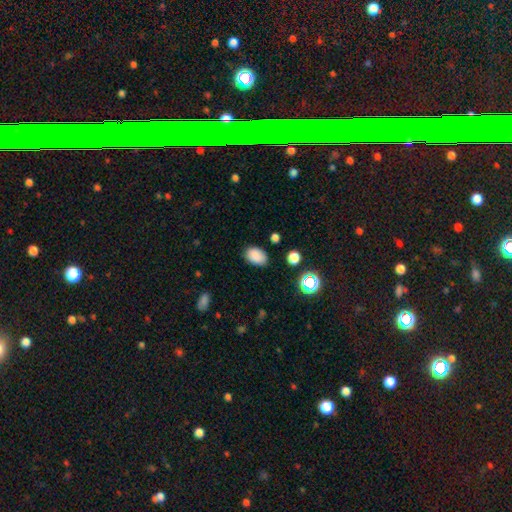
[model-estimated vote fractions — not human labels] The model was most divided on "merging": none: 82%, minor disturbance: 13%, major disturbance: 3%, merger: 2%. More confident: how rounded — in between (85%); smooth or featured — smooth (85%).